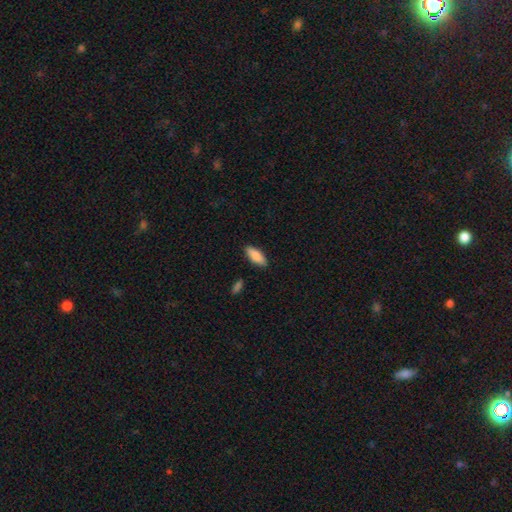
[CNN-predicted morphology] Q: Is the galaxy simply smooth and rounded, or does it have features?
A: smooth — 87%.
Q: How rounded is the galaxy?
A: in between — 78%.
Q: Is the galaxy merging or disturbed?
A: none — 87%.